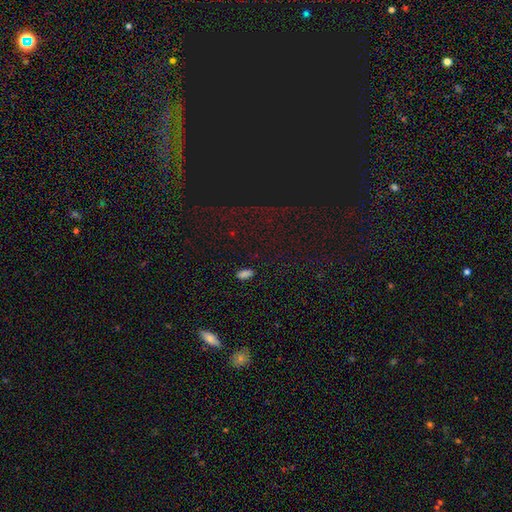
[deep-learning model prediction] The model was most divided on "smooth or featured": smooth: 69%, star or artifact: 27%, featured or disk: 5%. More confident: merging — none (87%); how rounded — in between (86%).